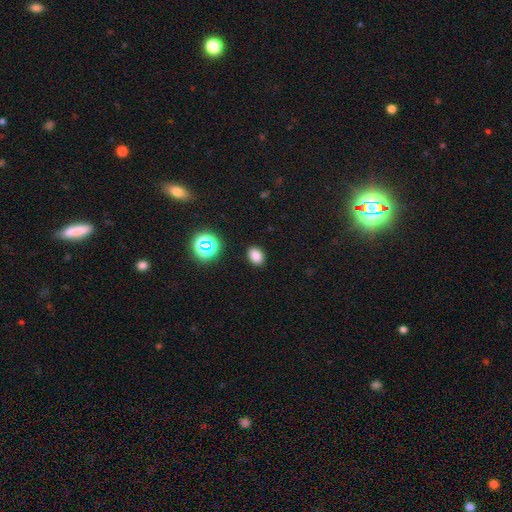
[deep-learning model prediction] The model was most divided on "how rounded": in between: 73%, round: 26%, cigar-shaped: 1%. More confident: merging — none (88%); smooth or featured — smooth (80%).